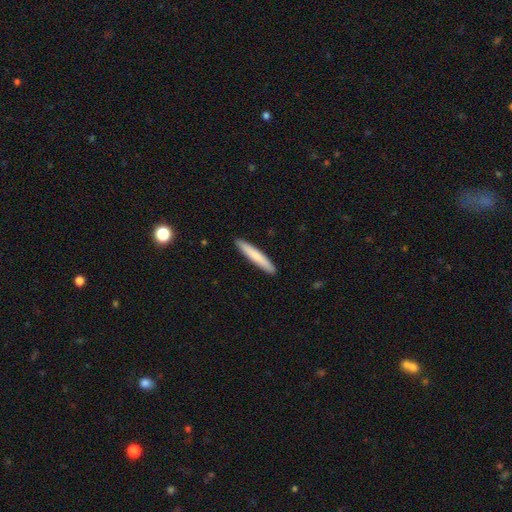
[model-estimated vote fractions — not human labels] A smooth galaxy with no disk features (76%) that is cigar-shaped (94%). Merging: none (92%).